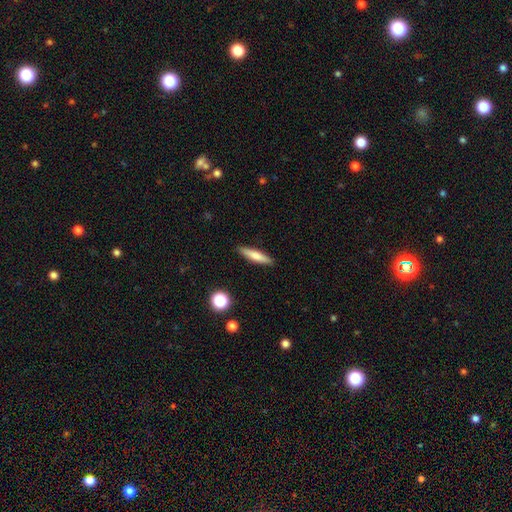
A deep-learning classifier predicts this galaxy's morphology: A smooth galaxy with no disk features (70%) that is cigar-shaped (84%).

Vote fractions:
- Smooth or featured? smooth: 70% / featured or disk: 23% / star or artifact: 7%
- How rounded? cigar-shaped: 84% / in between: 14% / round: 2%
- Merging? none: 90% / minor disturbance: 7% / major disturbance: 2% / merger: 1%